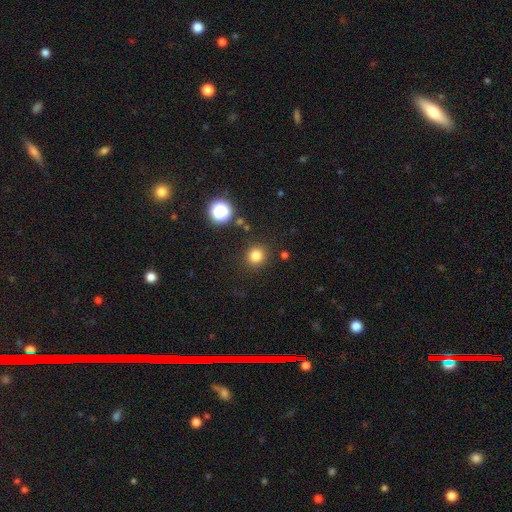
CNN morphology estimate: type=smooth (80%); roundness=round (92%); merging=none (88%).